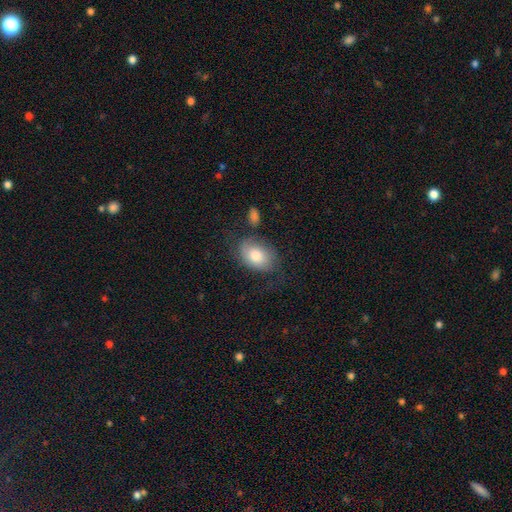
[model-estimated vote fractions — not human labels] smooth_or_featured: smooth (p=0.70) [alt: featured or disk p=0.22]
how_rounded: in between (p=0.79) [alt: round p=0.20]
merging: none (p=0.57) [alt: minor disturbance p=0.25]